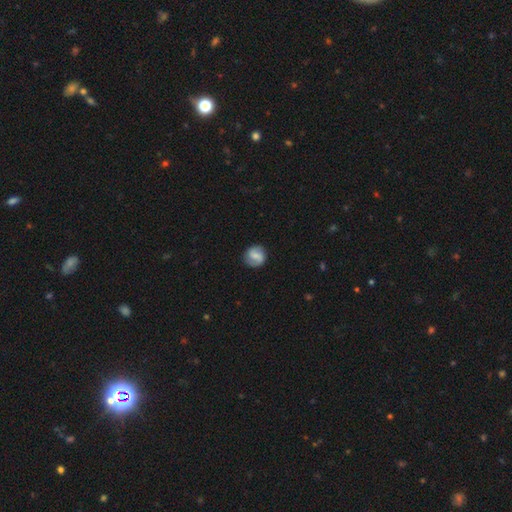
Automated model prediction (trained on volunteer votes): Smooth or featured: featured or disk — 55% (smooth — 39%)
Edge-on disk: no — 98% (yes — 2%)
Bar: weak — 52% (no — 25%)
Spiral arms: yes — 88% (no — 12%)
Bulge size: small — 43% (moderate — 30%)
Merging: none — 84% (minor disturbance — 11%)